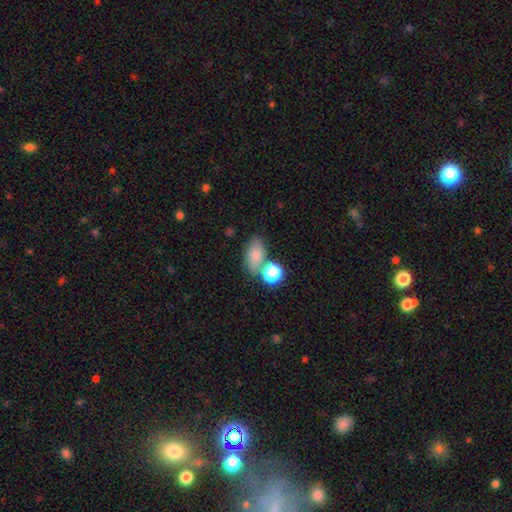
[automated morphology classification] A smooth galaxy with no disk features (77%) that is in between round and cigar-shaped (83%).

Vote fractions:
- Smooth or featured? smooth: 77% / featured or disk: 12% / star or artifact: 11%
- How rounded? in between: 83% / round: 15% / cigar-shaped: 2%
- Merging? none: 56% / merger: 24% / minor disturbance: 15% / major disturbance: 6%